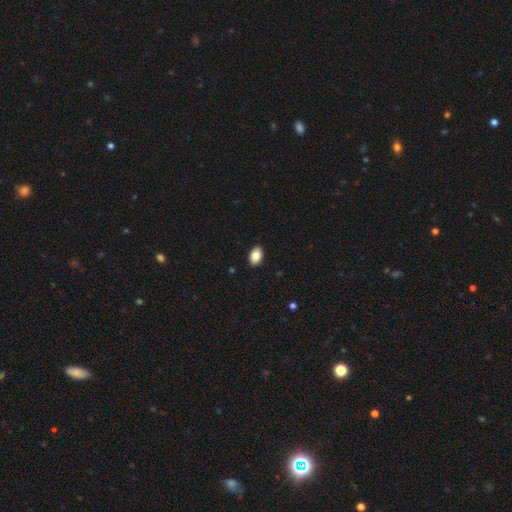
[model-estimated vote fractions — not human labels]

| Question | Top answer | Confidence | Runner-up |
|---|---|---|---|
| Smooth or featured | smooth | 86% | star or artifact (7%) |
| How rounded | in between | 91% | round (8%) |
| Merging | none | 90% | minor disturbance (7%) |